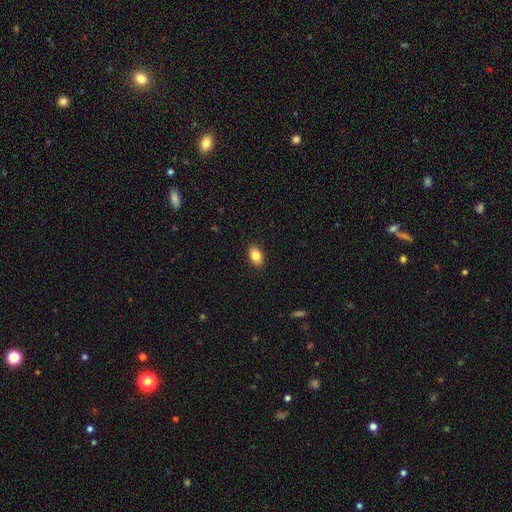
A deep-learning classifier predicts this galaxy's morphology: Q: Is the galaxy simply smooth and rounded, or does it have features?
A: smooth — 84%.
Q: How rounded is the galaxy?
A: in between — 89%.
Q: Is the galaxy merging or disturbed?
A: none — 90%.